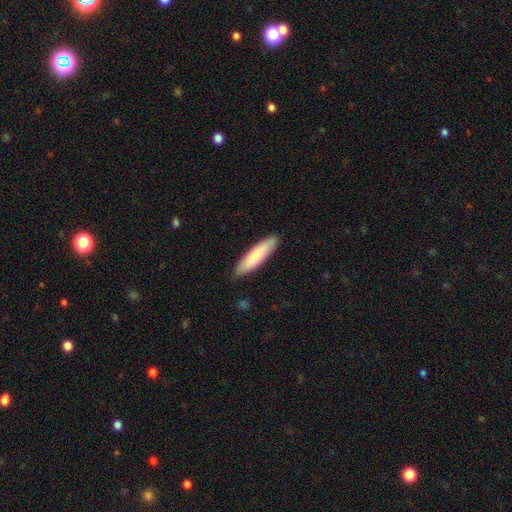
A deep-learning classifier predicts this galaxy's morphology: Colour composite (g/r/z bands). It shows a smooth galaxy with no disk features (81%) that is cigar-shaped (77%). Merging: none (88%).